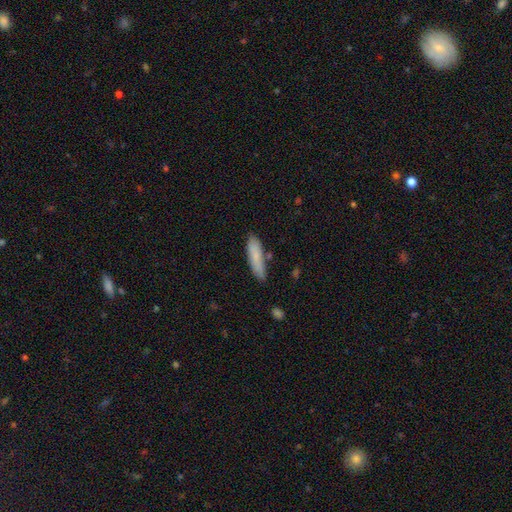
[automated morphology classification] type=smooth (81%); roundness=cigar-shaped (69%); merging=none (76%).